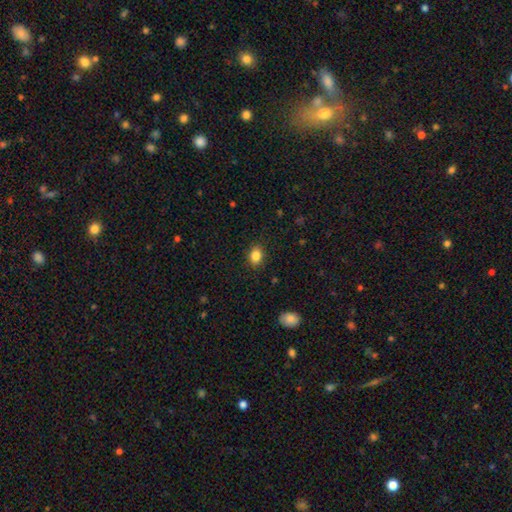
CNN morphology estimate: Q: Smooth or featured?
A: smooth (85%); runner-up: star or artifact (10%)
Q: How rounded?
A: in between (67%); runner-up: round (32%)
Q: Merging?
A: none (88%); runner-up: minor disturbance (9%)